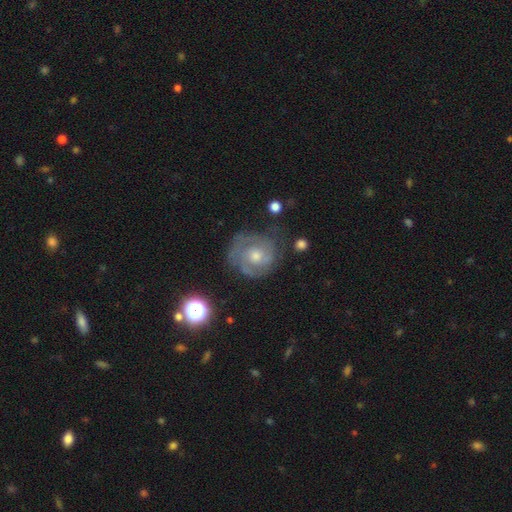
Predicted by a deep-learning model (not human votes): Smooth or featured?
  - featured or disk: 70% *
  - smooth: 20%
  - star or artifact: 11%
Edge-on disk?
  - no: 97% *
  - yes: 3%
Bar?
  - no: 76% *
  - weak: 21%
  - strong: 3%
Spiral arms?
  - yes: 83% *
  - no: 17%
Spiral winding?
  - tight: 61% *
  - medium: 30%
  - loose: 9%
Spiral arm count?
  - can't tell: 40% *
  - 2: 31%
  - 3: 15%
  - 1: 8%
  - 4: 4%
  - more than 4: 3%
Bulge size?
  - moderate: 62% *
  - small: 29%
  - large: 5%
  - none: 2%
  - dominant: 1%
Merging?
  - none: 67% *
  - minor disturbance: 20%
  - major disturbance: 11%
  - merger: 2%